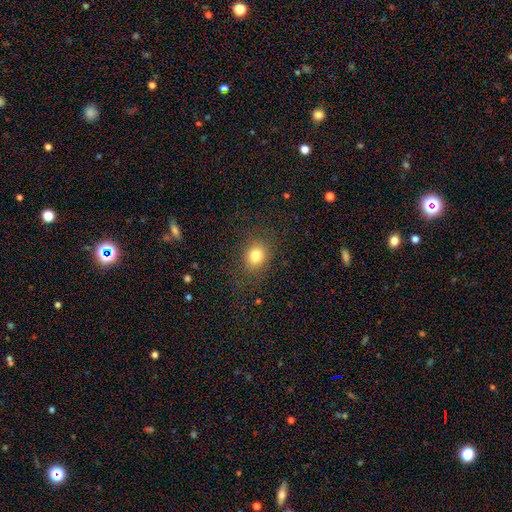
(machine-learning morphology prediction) Smooth or featured? Predicted: smooth (p=0.80). How rounded? Predicted: round (p=0.68). Merging? Predicted: none (p=0.82).